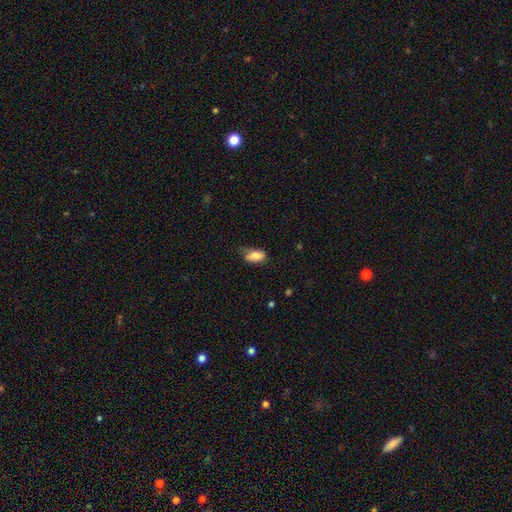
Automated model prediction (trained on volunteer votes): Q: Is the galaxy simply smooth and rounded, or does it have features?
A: smooth — 81%.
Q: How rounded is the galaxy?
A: in between — 90%.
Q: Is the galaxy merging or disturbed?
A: none — 42%.